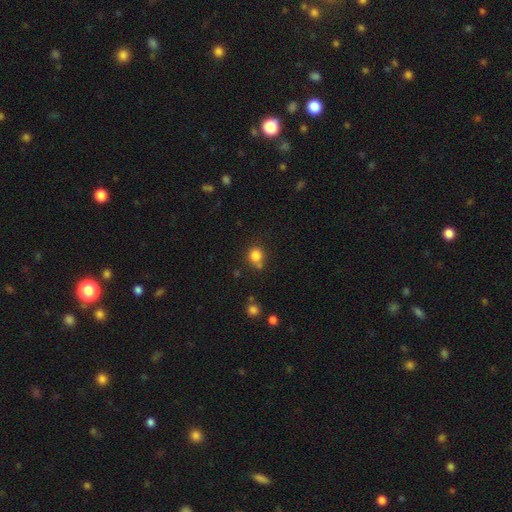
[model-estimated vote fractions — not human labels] A smooth galaxy with no disk features (81%) that is round (85%). Merging: none (66%).